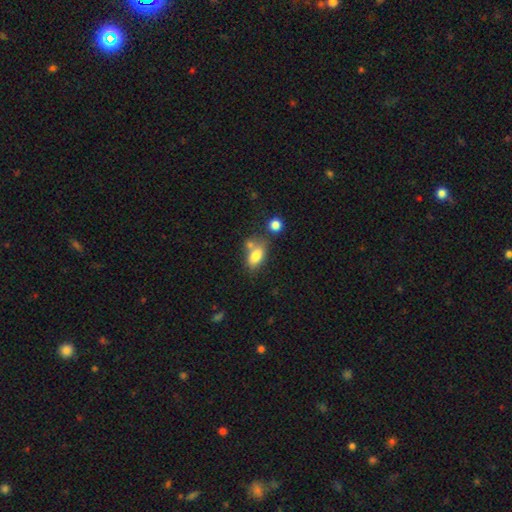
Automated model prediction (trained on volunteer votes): Smooth or featured? smooth (80%)
How rounded? in between (86%)
Merging? none (53%)